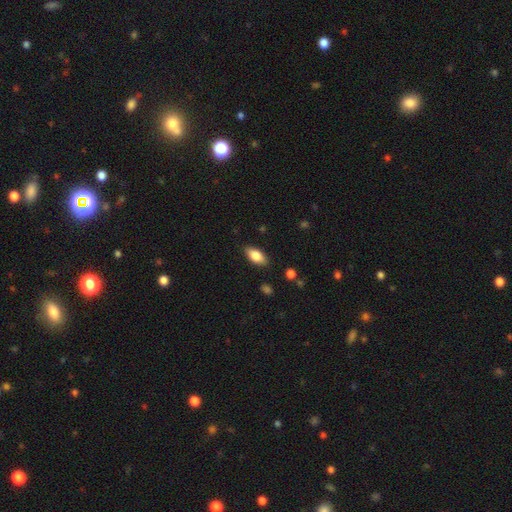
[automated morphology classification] Smooth or featured: smooth — 80% (featured or disk — 13%)
How rounded: in between — 89% (cigar-shaped — 8%)
Merging: none — 86% (minor disturbance — 11%)